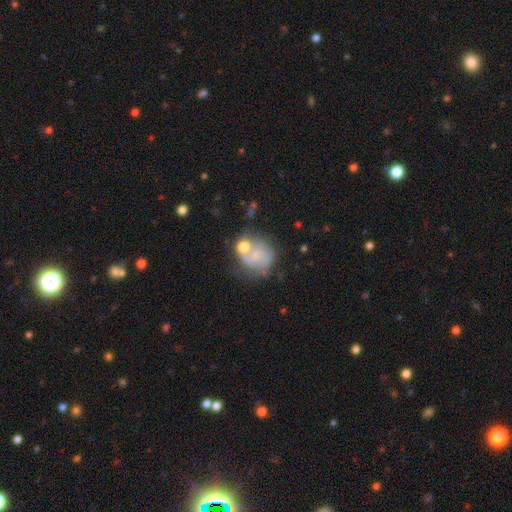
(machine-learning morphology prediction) Overall: featured or disk (50%; smooth 40%). Merging: none (39%; merger 21%).